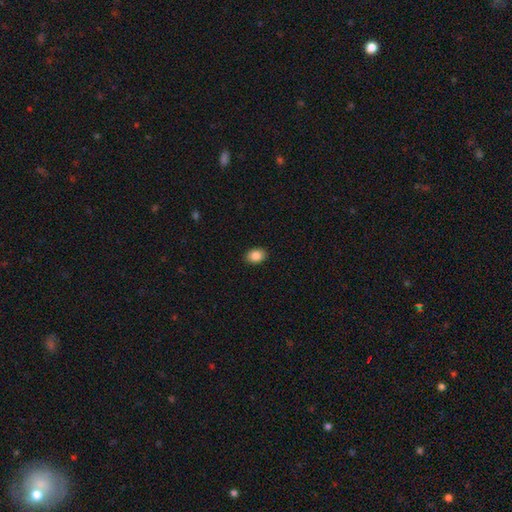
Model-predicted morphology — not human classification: type=smooth (87%); roundness=in between (72%); merging=none (91%).